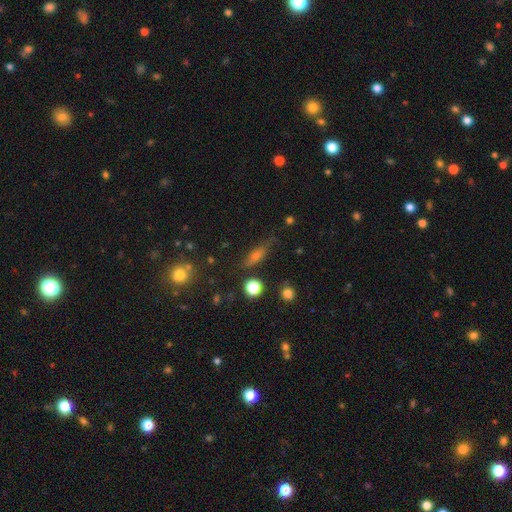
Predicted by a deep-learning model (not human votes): This is possibly a smooth galaxy (50%). Merging: likely none (71%).